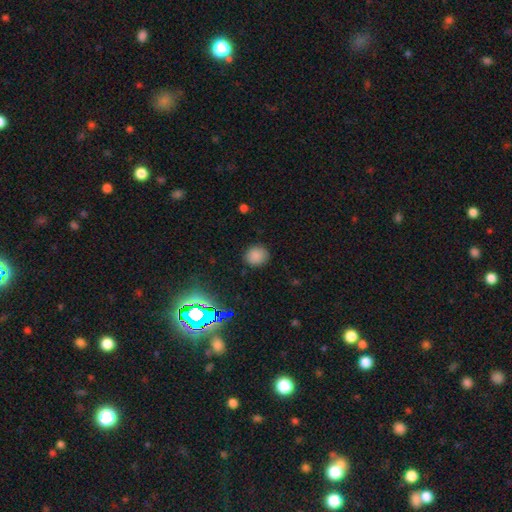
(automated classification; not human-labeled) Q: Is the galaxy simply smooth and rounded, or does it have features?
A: smooth — 80%.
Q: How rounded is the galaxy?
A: round — 85%.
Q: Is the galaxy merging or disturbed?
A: none — 88%.